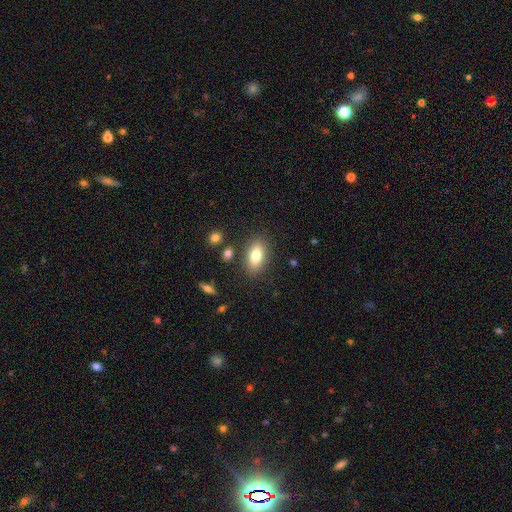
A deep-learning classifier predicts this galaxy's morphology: A smooth galaxy with no disk features (77%) that is in between round and cigar-shaped (88%).

Vote fractions:
- Smooth or featured? smooth: 77% / featured or disk: 15% / star or artifact: 8%
- How rounded? in between: 88% / round: 6% / cigar-shaped: 6%
- Merging? none: 83% / minor disturbance: 10% / merger: 3% / major disturbance: 3%